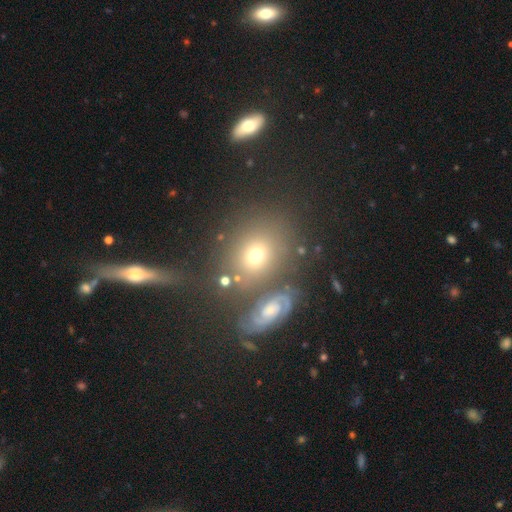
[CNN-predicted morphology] smooth-or-featured: smooth: 59% | featured or disk: 25% | star or artifact: 16%
  how-rounded: round: 57% | in between: 41% | cigar-shaped: 2%
  merging: none: 64% | merger: 16% | minor disturbance: 13% | major disturbance: 6%